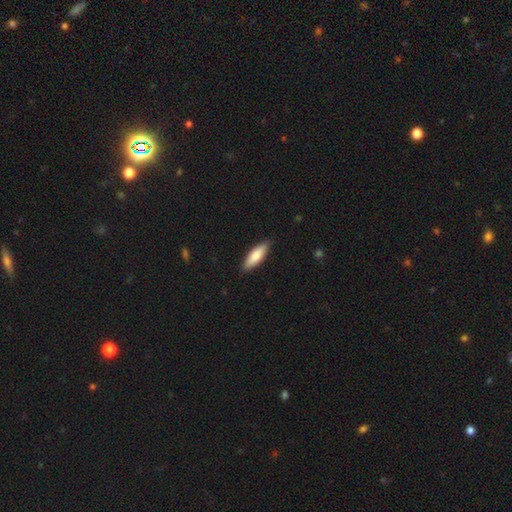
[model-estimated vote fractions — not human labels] Smooth or featured?
  - smooth: 77% *
  - featured or disk: 18%
  - star or artifact: 5%
How rounded?
  - in between: 54% *
  - cigar-shaped: 44%
  - round: 2%
Merging?
  - none: 86% *
  - minor disturbance: 11%
  - major disturbance: 2%
  - merger: 1%